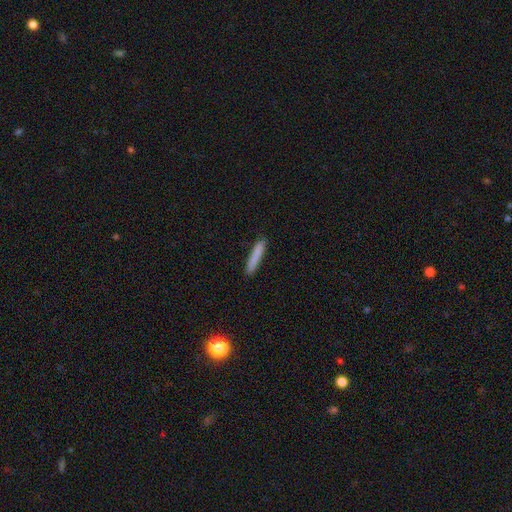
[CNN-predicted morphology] type=smooth (83%); roundness=cigar-shaped (95%); merging=none (90%).